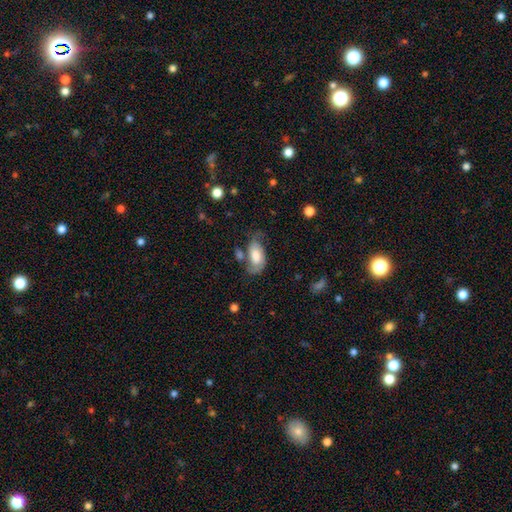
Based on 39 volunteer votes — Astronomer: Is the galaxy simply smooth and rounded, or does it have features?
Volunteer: featured or disk — 49% (runner-up: smooth, 46%).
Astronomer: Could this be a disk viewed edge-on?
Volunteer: no — 95%.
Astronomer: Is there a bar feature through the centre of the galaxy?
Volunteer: no — 56% (runner-up: weak, 44%).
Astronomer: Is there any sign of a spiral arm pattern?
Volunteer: yes — 67%.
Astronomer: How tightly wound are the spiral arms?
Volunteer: tight — 42% (runner-up: medium, 33%).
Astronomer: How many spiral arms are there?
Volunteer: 2 — 92%.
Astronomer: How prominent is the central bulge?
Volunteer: large — 50% (runner-up: moderate, 39%).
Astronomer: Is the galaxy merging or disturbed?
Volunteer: minor disturbance — 32%, tied with major disturbance at 32%.